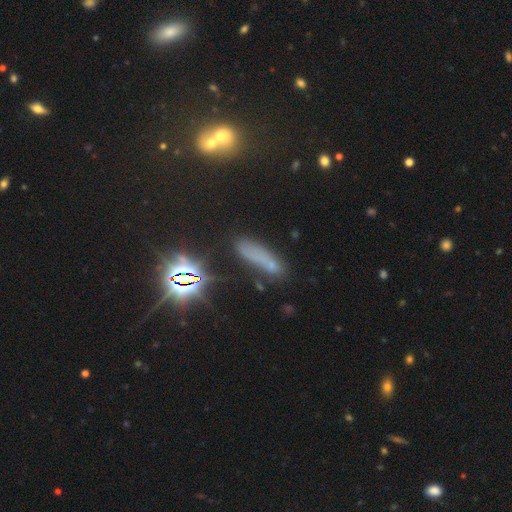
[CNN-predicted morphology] A smooth galaxy with no disk features (45%). Merging: none (71%).